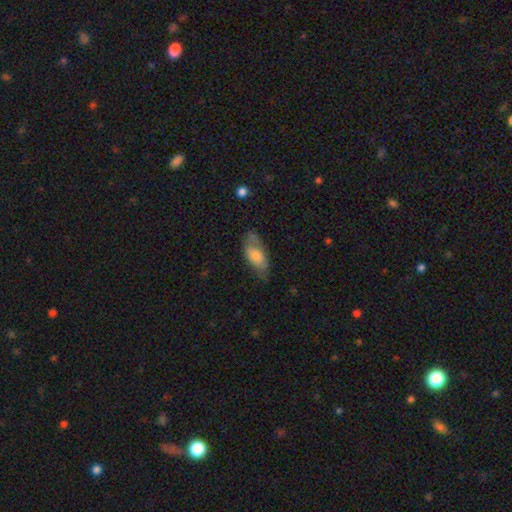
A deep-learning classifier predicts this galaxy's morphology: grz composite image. It shows a smooth galaxy with no disk features (63%) that is in between round and cigar-shaped (86%). Merging: none (53%).